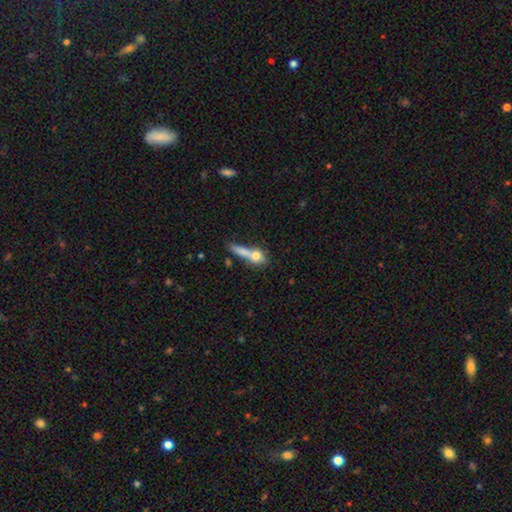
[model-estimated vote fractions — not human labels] Morphology: type=smooth (70%); roundness=round (37%); merging=merger (47%).